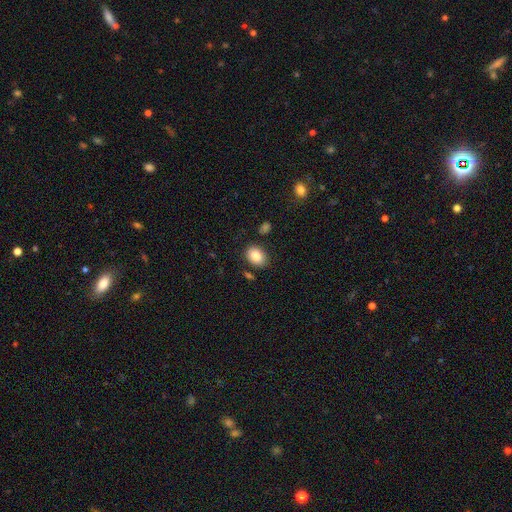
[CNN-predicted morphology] The model was most divided on "how rounded": in between: 70%, round: 29%, cigar-shaped: 1%. More confident: smooth or featured — smooth (84%); merging — none (82%).